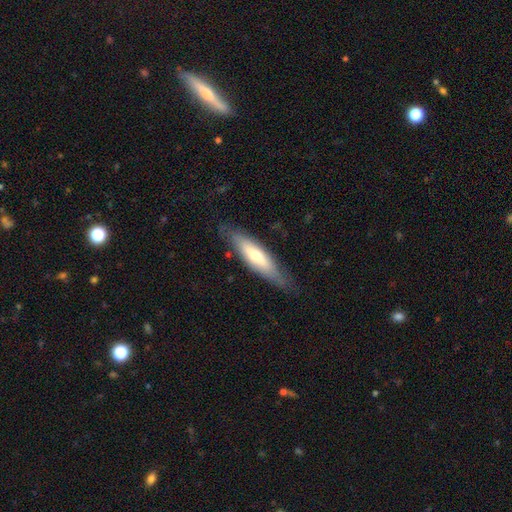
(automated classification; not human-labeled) Smooth or featured?
  - smooth: 55% *
  - featured or disk: 40%
  - star or artifact: 6%
How rounded?
  - cigar-shaped: 68% *
  - in between: 30%
  - round: 1%
Merging?
  - none: 78% *
  - minor disturbance: 17%
  - major disturbance: 4%
  - merger: 1%